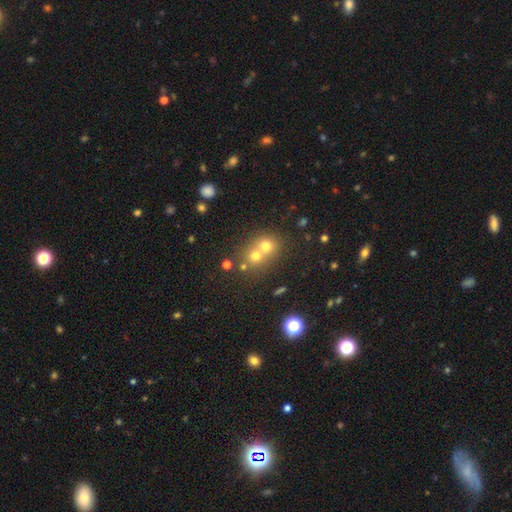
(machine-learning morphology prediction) A smooth galaxy with no disk features (66%) that is round (77%). Merging: merger (60%).